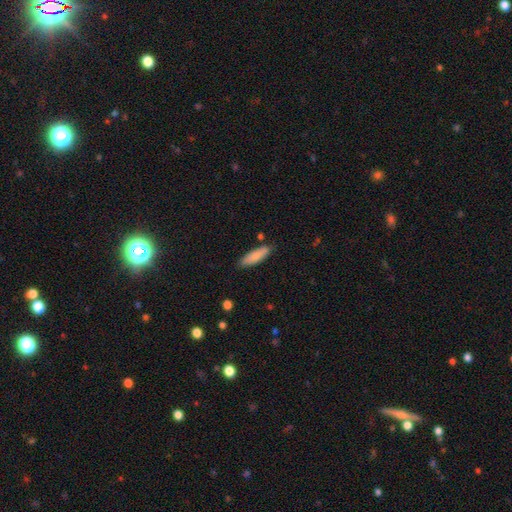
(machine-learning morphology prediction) The model was most divided on "how rounded": cigar-shaped: 55%, in between: 44%, round: 2%. More confident: smooth or featured — smooth (82%); merging — none (81%).